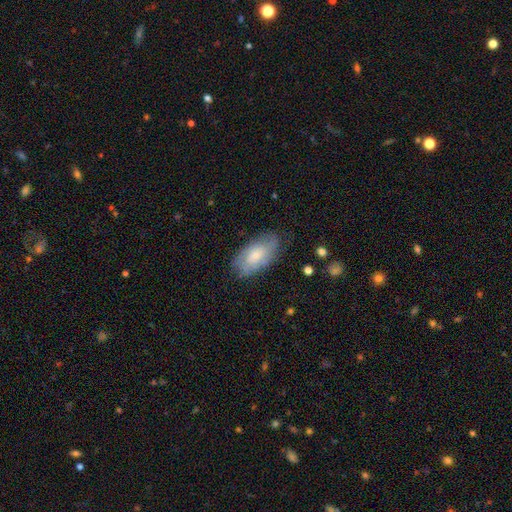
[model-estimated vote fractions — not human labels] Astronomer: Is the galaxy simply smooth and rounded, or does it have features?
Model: smooth — 52% (runner-up: featured or disk, 41%).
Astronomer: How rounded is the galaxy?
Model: in between — 92%.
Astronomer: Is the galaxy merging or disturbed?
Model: none — 69%.